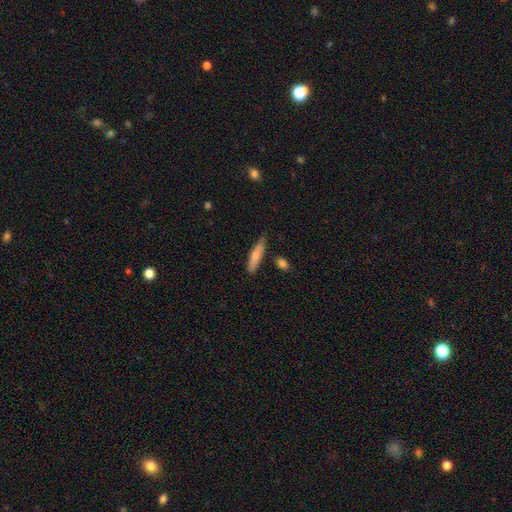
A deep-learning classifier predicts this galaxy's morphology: Smooth or featured?
  - smooth: 77% *
  - featured or disk: 18%
  - star or artifact: 6%
How rounded?
  - cigar-shaped: 79% *
  - in between: 19%
  - round: 2%
Merging?
  - none: 76% *
  - minor disturbance: 17%
  - merger: 4%
  - major disturbance: 3%